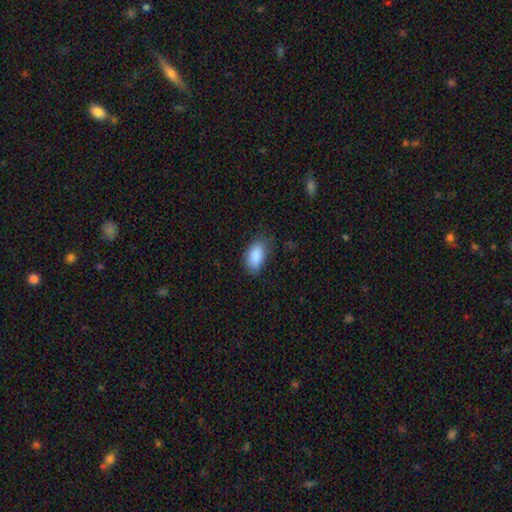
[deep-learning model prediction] smooth_or_featured: smooth (p=0.88) [alt: star or artifact p=0.07]
how_rounded: in between (p=0.93) [alt: round p=0.05]
merging: none (p=0.70) [alt: minor disturbance p=0.23]